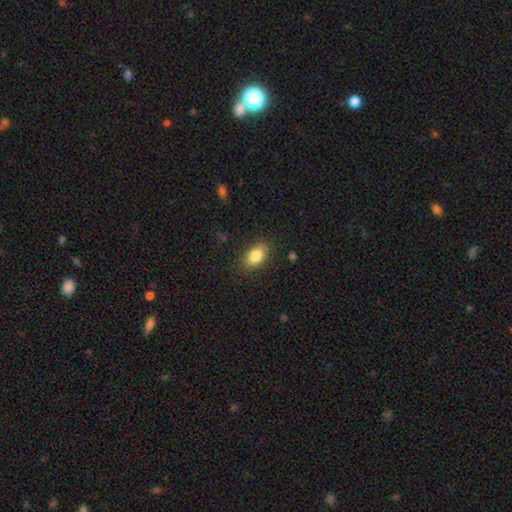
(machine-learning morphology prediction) smooth 84%, featured or disk 8%, star or artifact 8%. Down the decision tree: how rounded — in between (86%); merging — none (84%).